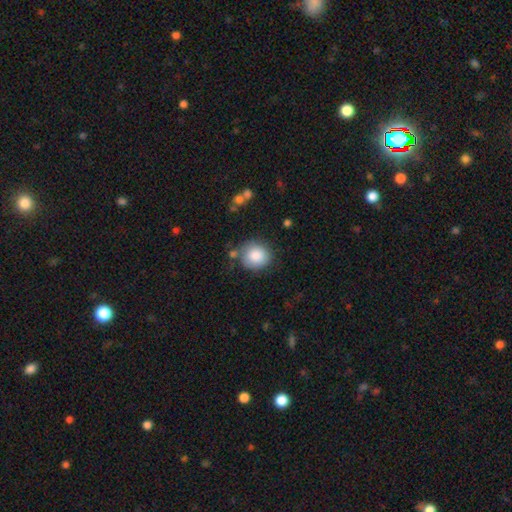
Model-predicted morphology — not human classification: Overall: smooth (86%). How rounded: round (84%). Merging: none (75%).